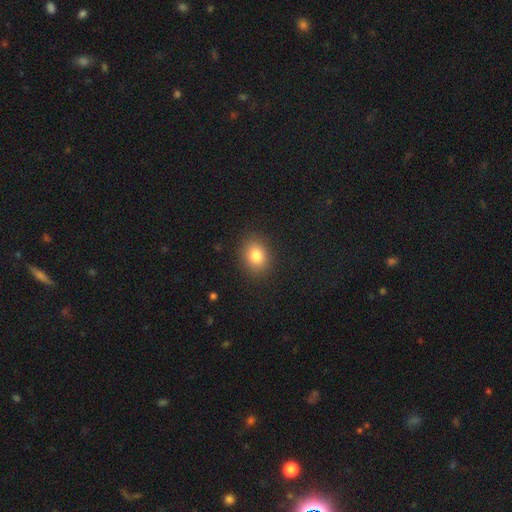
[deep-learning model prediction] Smooth or featured: smooth — 82% (star or artifact — 11%)
How rounded: round — 58% (in between — 41%)
Merging: none — 88% (minor disturbance — 8%)